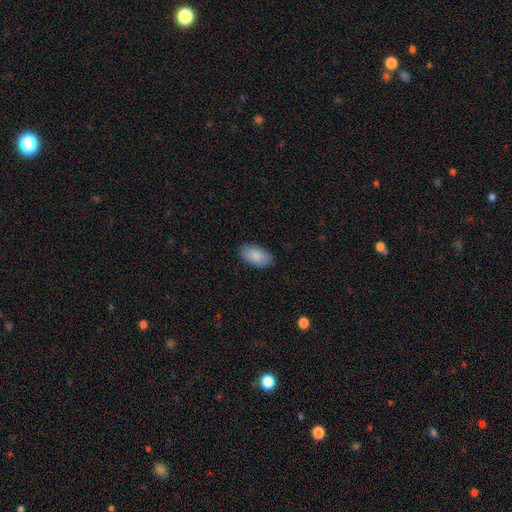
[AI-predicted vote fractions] A smooth galaxy with no disk features (88%) that is in between round and cigar-shaped (95%).

Vote fractions:
- Smooth or featured? smooth: 88% / featured or disk: 6% / star or artifact: 6%
- How rounded? in between: 95% / round: 3% / cigar-shaped: 2%
- Merging? none: 87% / minor disturbance: 10% / major disturbance: 2% / merger: 1%